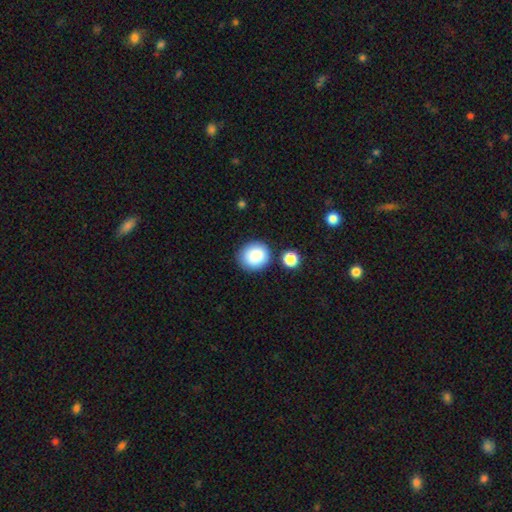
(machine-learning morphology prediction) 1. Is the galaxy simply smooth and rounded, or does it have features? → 86% smooth, 8% star or artifact, 6% featured or disk.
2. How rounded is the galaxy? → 82% round, 17% in between, 1% cigar-shaped.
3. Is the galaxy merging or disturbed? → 81% none, 9% minor disturbance, 7% merger, 3% major disturbance.